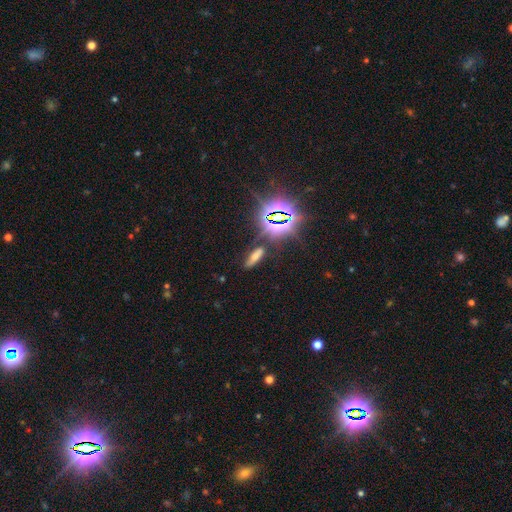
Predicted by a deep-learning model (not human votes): Overall: smooth (47%; star or artifact 38%). Merging: none (77%).